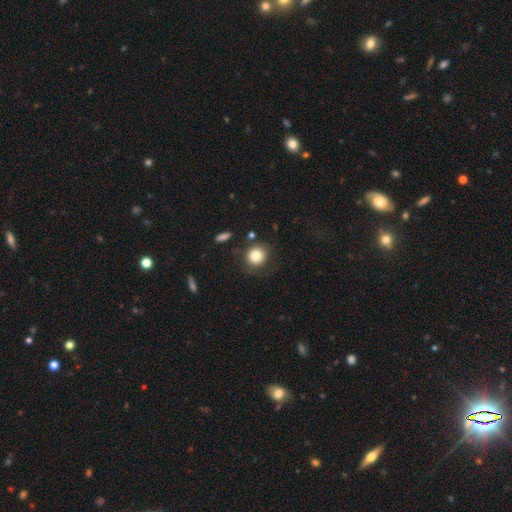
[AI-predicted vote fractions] The model was most divided on "merging": none: 79%, minor disturbance: 12%, major disturbance: 6%, merger: 3%. More confident: how rounded — round (88%); smooth or featured — smooth (83%).